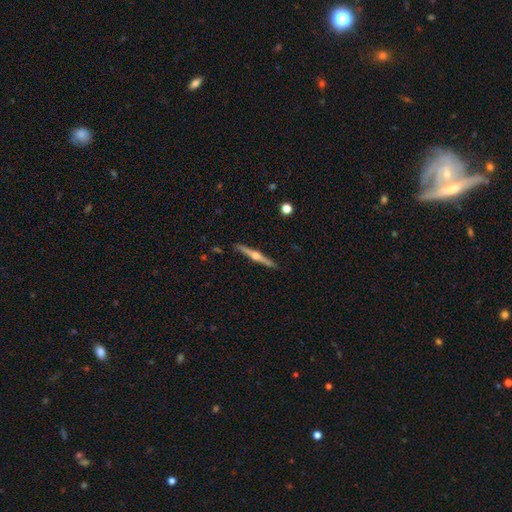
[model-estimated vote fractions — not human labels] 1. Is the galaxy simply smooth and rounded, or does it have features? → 76% featured or disk, 19% smooth, 5% star or artifact.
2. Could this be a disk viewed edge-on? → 98% yes, 2% no.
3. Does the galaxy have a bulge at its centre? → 93% rounded, 3% none, 3% boxy.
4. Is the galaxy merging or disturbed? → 91% none, 7% minor disturbance, 1% major disturbance, 1% merger.